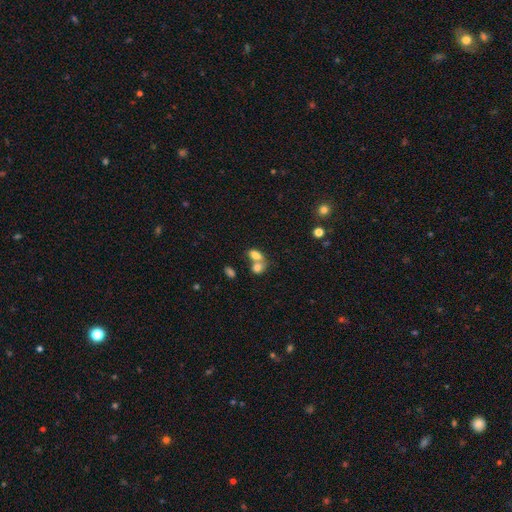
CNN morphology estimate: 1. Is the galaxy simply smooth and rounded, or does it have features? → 77% smooth, 13% featured or disk, 10% star or artifact.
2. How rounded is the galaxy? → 79% in between, 19% round, 2% cigar-shaped.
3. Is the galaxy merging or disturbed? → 62% merger, 26% none, 7% minor disturbance, 4% major disturbance.